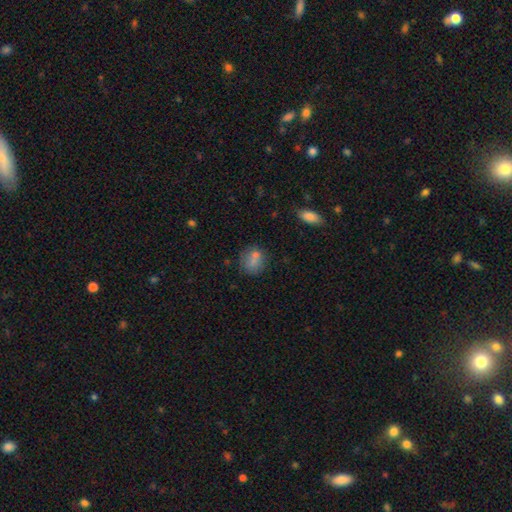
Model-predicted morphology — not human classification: smooth_or_featured: smooth (p=0.73) [alt: star or artifact p=0.14]
how_rounded: round (p=0.63) [alt: in between p=0.35]
merging: none (p=0.69) [alt: minor disturbance p=0.16]